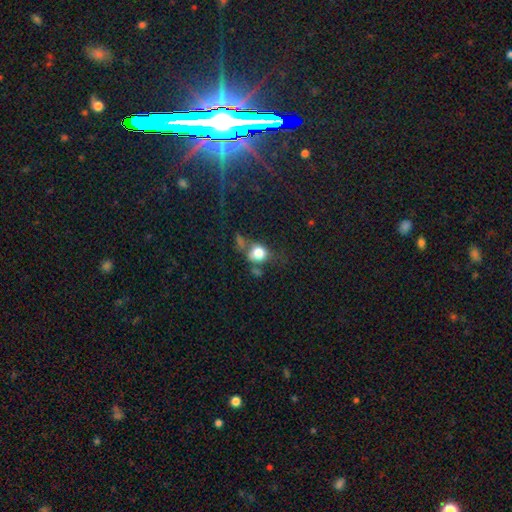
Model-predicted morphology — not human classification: Smooth or featured? Predicted: smooth (p=0.72). How rounded? Predicted: round (p=0.66). Merging? Predicted: none (p=0.41).